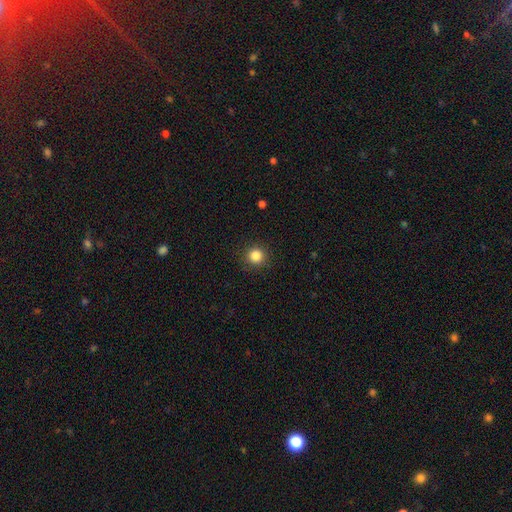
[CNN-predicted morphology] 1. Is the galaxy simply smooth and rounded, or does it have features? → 85% smooth, 11% star or artifact, 4% featured or disk.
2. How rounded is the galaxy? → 94% round, 5% in between, 1% cigar-shaped.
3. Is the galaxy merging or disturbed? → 91% none, 6% minor disturbance, 2% major disturbance, 1% merger.